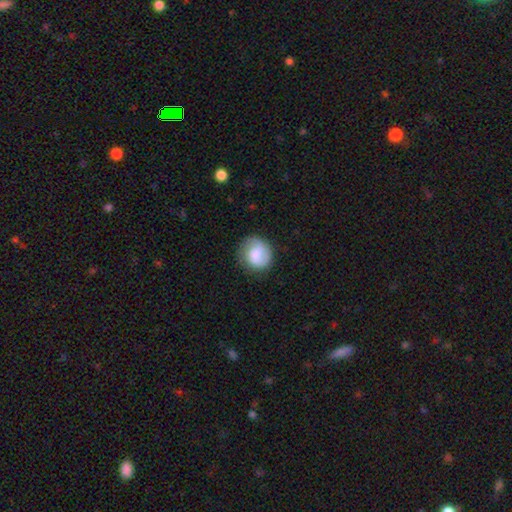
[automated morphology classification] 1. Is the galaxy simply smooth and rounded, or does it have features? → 64% smooth, 29% featured or disk, 7% star or artifact.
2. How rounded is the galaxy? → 85% round, 14% in between, 1% cigar-shaped.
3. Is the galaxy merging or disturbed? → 75% none, 18% minor disturbance, 6% major disturbance, 1% merger.